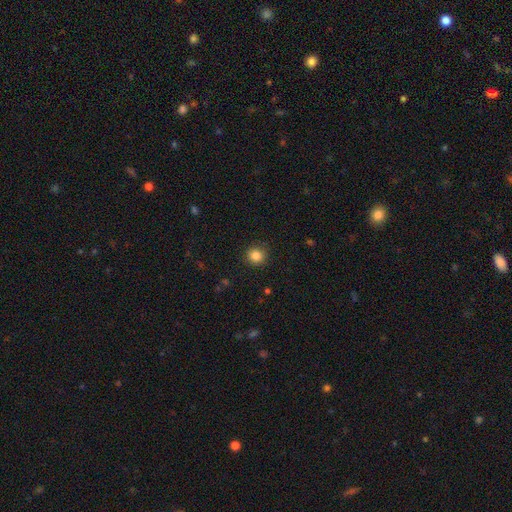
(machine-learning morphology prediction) Q: Smooth or featured?
A: smooth (85%); runner-up: star or artifact (11%)
Q: How rounded?
A: round (90%); runner-up: in between (9%)
Q: Merging?
A: none (89%); runner-up: minor disturbance (8%)